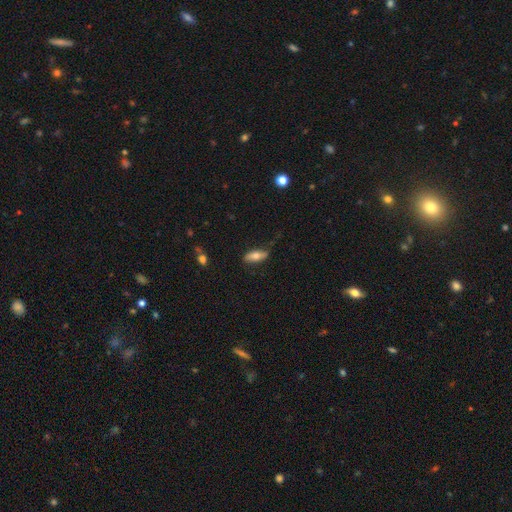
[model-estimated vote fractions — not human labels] A smooth galaxy with no disk features (68%) that is in between round and cigar-shaped (71%).

Vote fractions:
- Smooth or featured? smooth: 68% / featured or disk: 25% / star or artifact: 7%
- How rounded? in between: 71% / cigar-shaped: 26% / round: 3%
- Merging? none: 71% / minor disturbance: 23% / major disturbance: 5% / merger: 2%